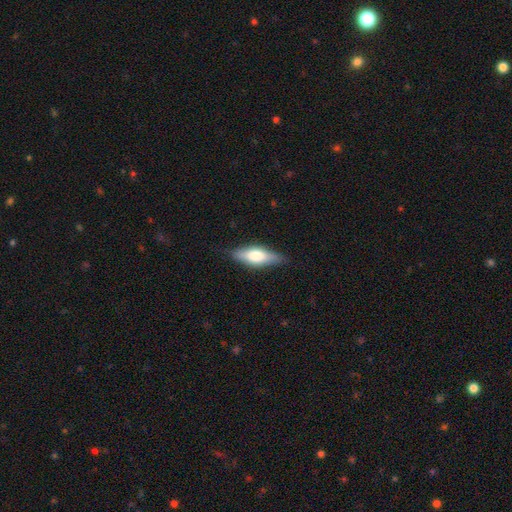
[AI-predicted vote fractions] This is possibly a smooth galaxy (60%). How rounded: possibly in between (59%). Merging: clearly none (81%).